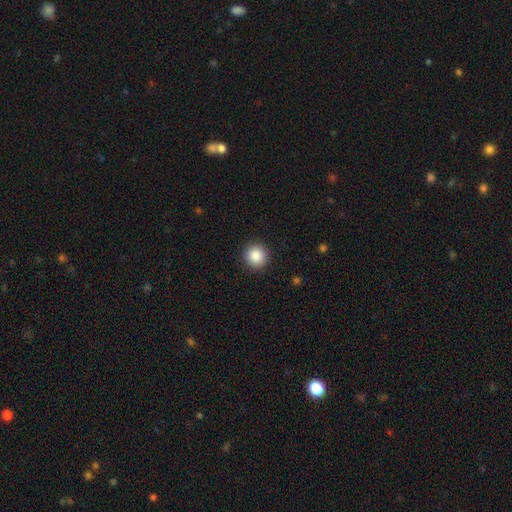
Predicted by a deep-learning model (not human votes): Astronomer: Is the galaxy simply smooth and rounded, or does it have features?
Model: smooth — 87%.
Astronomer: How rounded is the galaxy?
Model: round — 95%.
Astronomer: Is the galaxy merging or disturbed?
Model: none — 92%.